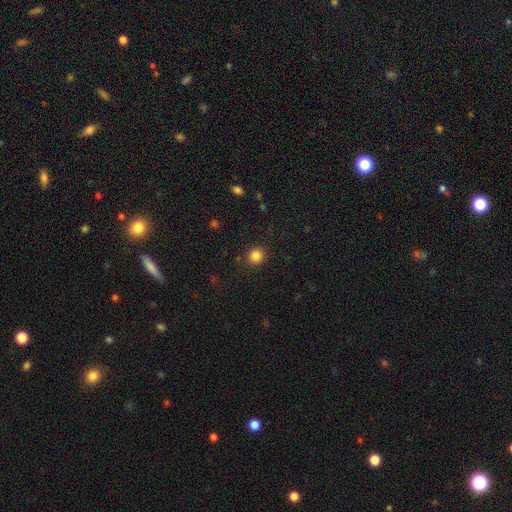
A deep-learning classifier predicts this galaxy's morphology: This is clearly a smooth galaxy (85%). How rounded: clearly round (90%). Merging: clearly none (90%).